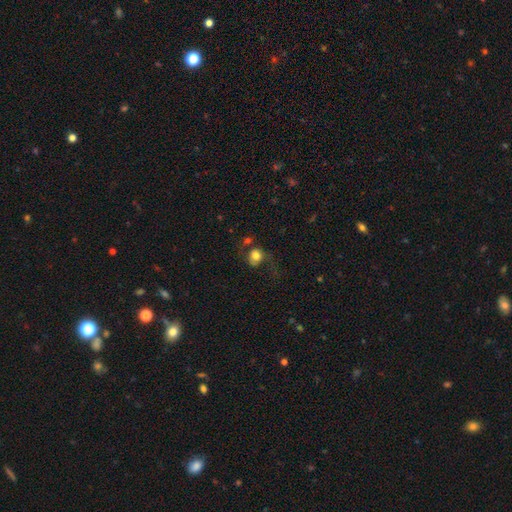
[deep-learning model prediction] Smooth or featured? Predicted: smooth (p=0.71). How rounded? Predicted: round (p=0.70). Merging? Predicted: none (p=0.42).